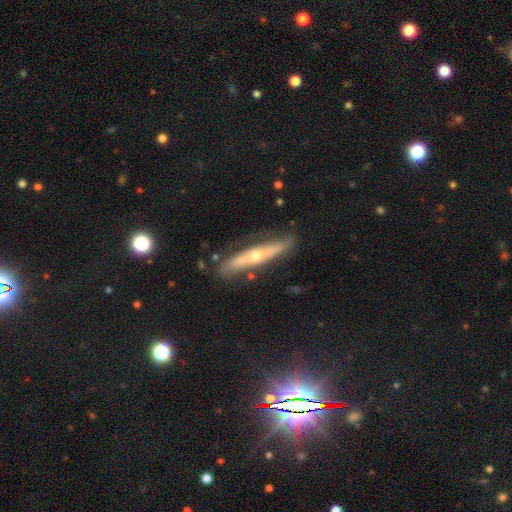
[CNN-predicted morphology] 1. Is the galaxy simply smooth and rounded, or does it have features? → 64% featured or disk, 29% smooth, 6% star or artifact.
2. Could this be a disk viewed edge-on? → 80% yes, 20% no.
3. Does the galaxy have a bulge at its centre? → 85% rounded, 11% none, 4% boxy.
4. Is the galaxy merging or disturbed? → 72% none, 19% minor disturbance, 6% major disturbance, 3% merger.